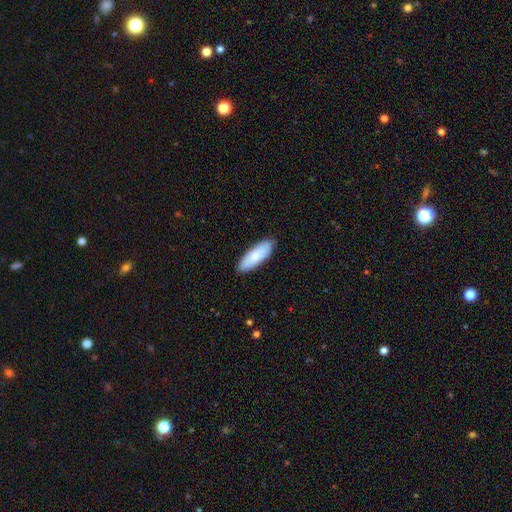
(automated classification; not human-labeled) A smooth galaxy with no disk features (83%) that is in between round and cigar-shaped (58%). Merging: none (88%).